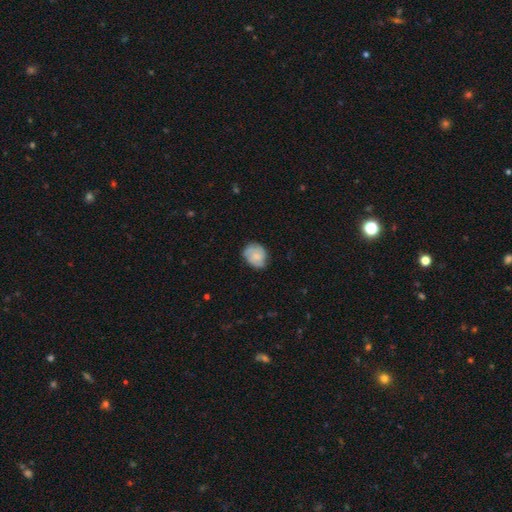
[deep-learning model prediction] The model was most divided on "smooth or featured" (2-way tie): smooth: 46%, featured or disk: 46%, star or artifact: 7%. More confident: merging — none (71%).